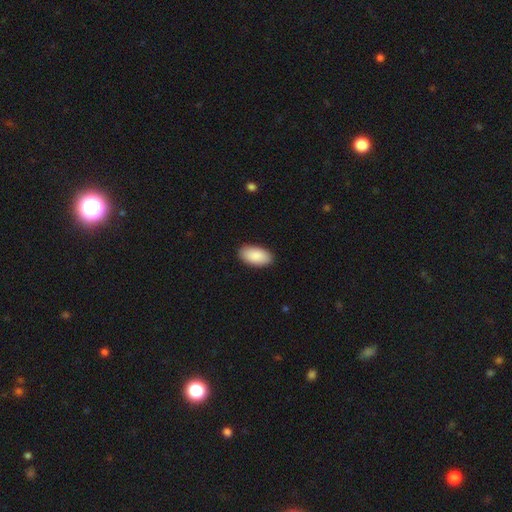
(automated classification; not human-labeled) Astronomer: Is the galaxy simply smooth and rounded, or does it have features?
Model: smooth — 91%.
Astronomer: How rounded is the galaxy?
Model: in between — 96%.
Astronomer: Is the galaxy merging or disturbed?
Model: none — 90%.